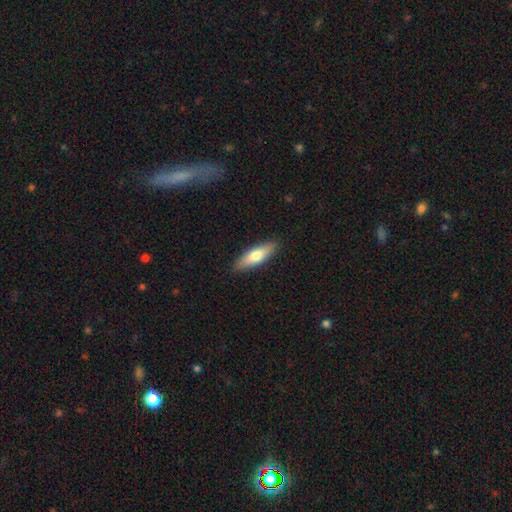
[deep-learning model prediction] Overall: smooth (68%). How rounded: cigar-shaped (52%; in between 46%). Merging: none (89%).